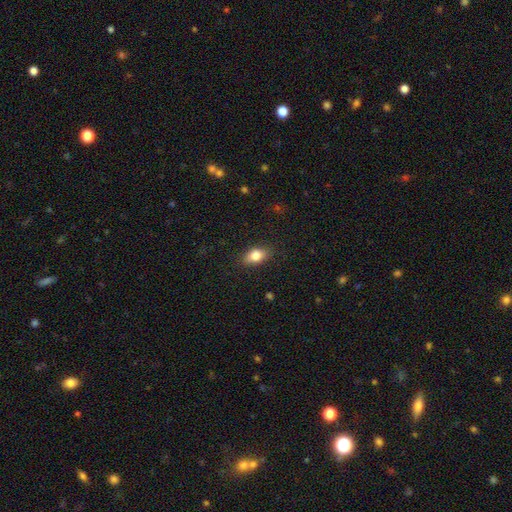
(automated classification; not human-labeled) Smooth or featured? smooth (81%)
How rounded? in between (83%)
Merging? none (84%)